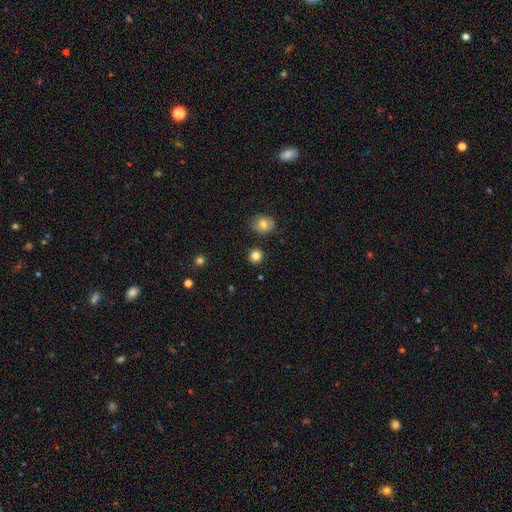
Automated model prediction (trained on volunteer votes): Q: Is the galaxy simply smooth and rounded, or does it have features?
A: smooth — 83%.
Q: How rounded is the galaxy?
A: round — 91%.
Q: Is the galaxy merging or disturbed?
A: none — 89%.